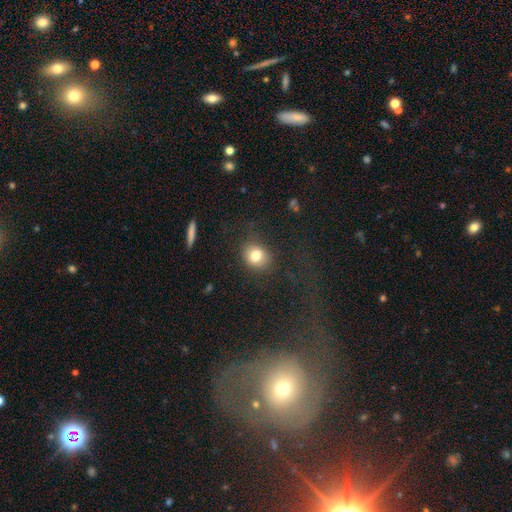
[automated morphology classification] type=smooth (79%); roundness=round (66%); merging=none (74%).